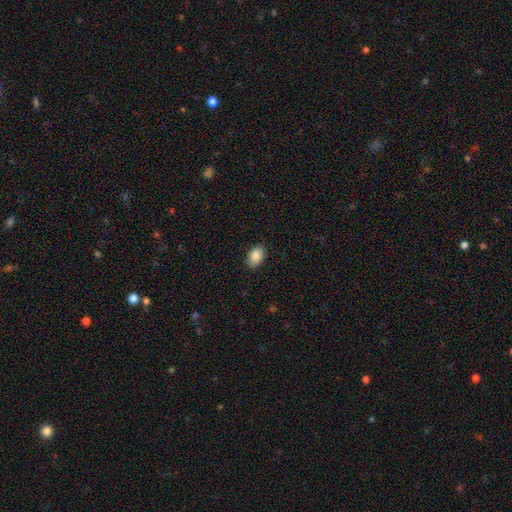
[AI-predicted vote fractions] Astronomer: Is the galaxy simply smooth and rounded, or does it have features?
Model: smooth — 88%.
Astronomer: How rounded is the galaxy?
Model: in between — 86%.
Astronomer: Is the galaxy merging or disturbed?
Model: none — 88%.